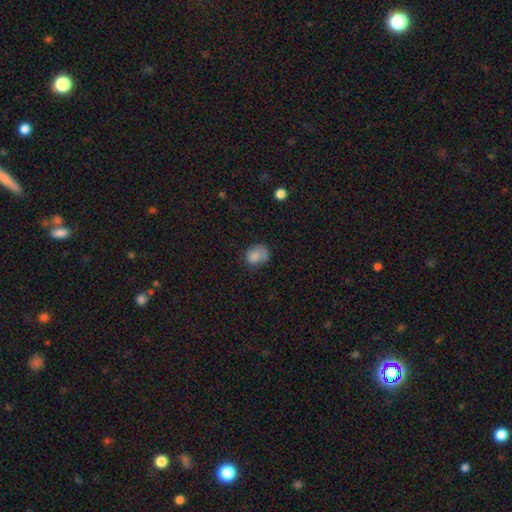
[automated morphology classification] A smooth galaxy with no disk features (79%) that is round (51%). Merging: none (52%).